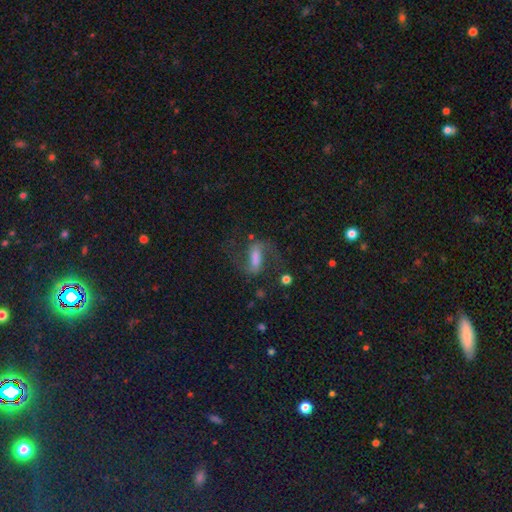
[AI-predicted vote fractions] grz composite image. It shows a featured or disk galaxy (72%) with a strong bar (46%), 2 (92%) loose (59%) spiral arms (94%) and a moderate central bulge (33%). Merging: none (66%).